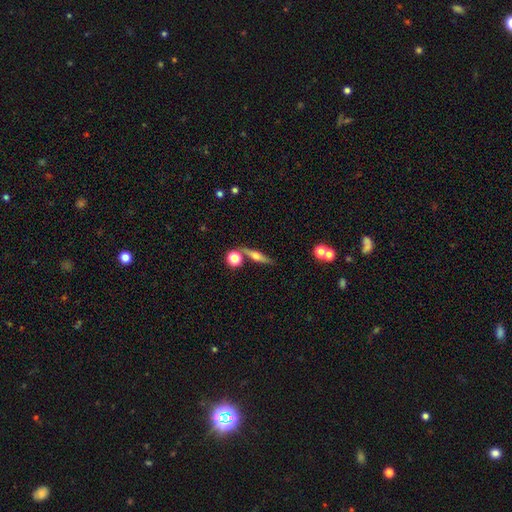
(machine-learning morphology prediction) The model was most divided on "smooth or featured": featured or disk: 48%, smooth: 43%, star or artifact: 9%. More confident: merging — none (72%).